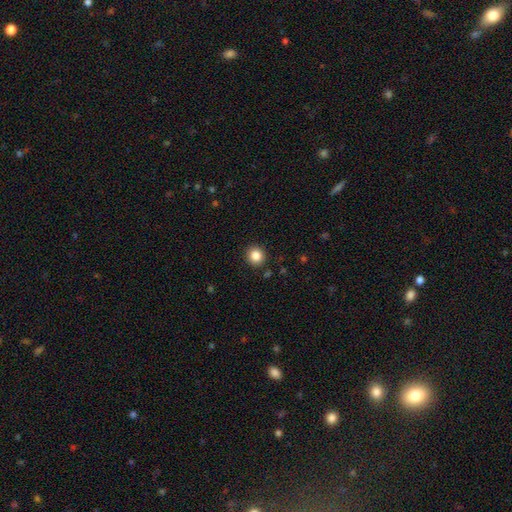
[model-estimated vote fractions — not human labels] A smooth galaxy with no disk features (85%) that is round (92%). Merging: none (91%).